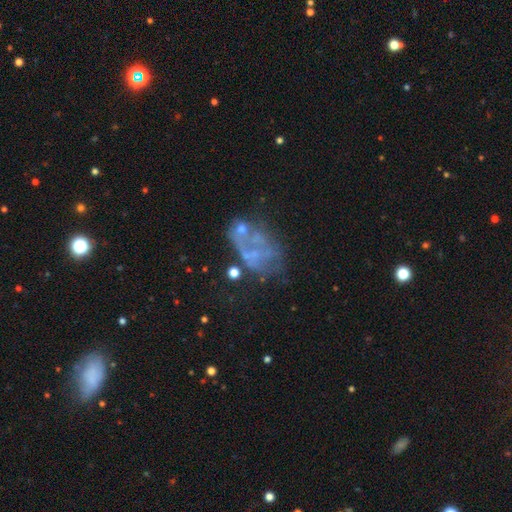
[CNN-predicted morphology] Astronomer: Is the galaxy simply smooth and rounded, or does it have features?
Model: featured or disk — 61%.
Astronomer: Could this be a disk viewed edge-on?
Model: no — 98%.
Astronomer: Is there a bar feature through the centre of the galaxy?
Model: no — 90%.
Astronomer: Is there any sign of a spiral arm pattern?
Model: no — 87%.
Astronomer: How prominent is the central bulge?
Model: none — 75%.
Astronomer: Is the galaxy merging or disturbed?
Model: major disturbance — 34% (runner-up: none, 31%).